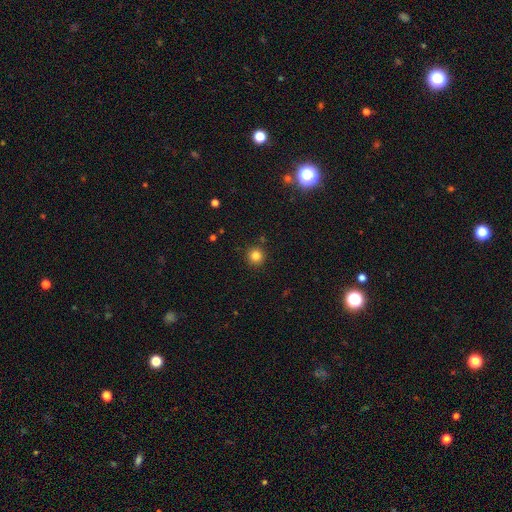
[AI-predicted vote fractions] smooth 83%, star or artifact 12%, featured or disk 5%. Down the decision tree: how rounded — round (94%); merging — none (89%).